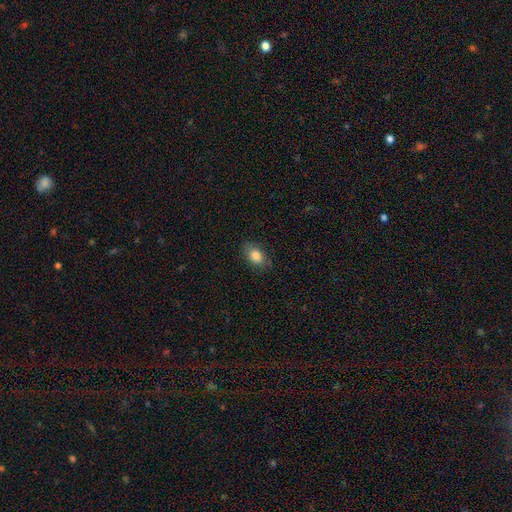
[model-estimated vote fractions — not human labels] A smooth galaxy with no disk features (84%) that is in between round and cigar-shaped (87%).

Vote fractions:
- Smooth or featured? smooth: 84% / featured or disk: 8% / star or artifact: 8%
- How rounded? in between: 87% / round: 11% / cigar-shaped: 2%
- Merging? none: 81% / minor disturbance: 14% / major disturbance: 3% / merger: 1%